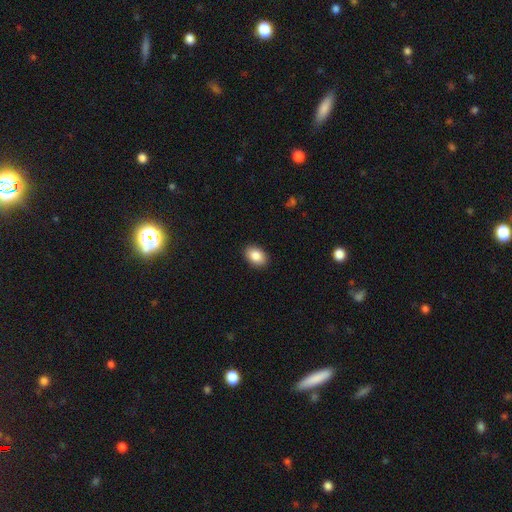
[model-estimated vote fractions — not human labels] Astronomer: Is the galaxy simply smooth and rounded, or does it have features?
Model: smooth — 87%.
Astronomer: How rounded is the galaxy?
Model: in between — 85%.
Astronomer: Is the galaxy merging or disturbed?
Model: none — 90%.